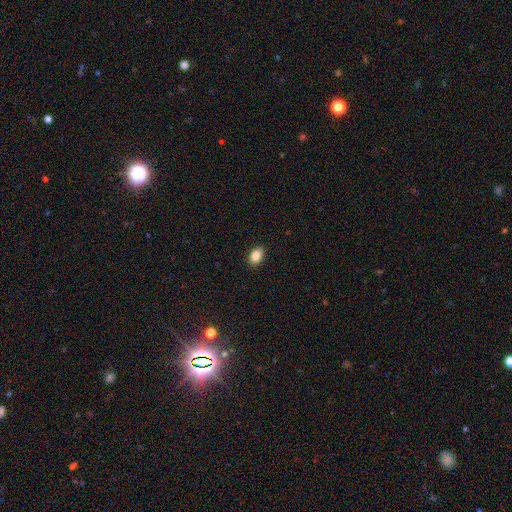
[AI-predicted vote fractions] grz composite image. It shows a smooth galaxy with no disk features (86%) that is in between round and cigar-shaped (84%). Merging: none (88%).